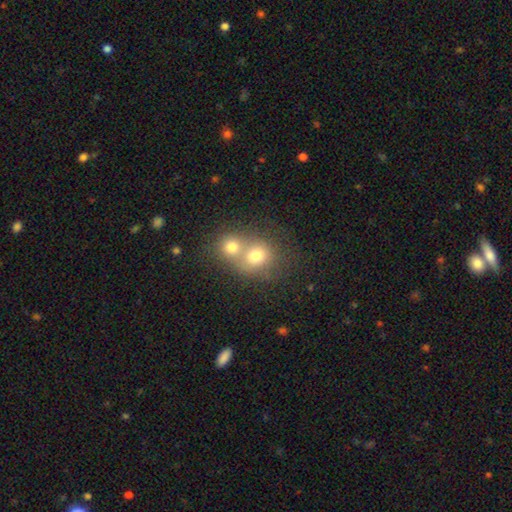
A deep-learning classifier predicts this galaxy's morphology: Smooth or featured? Predicted: smooth (p=0.72). How rounded? Predicted: round (p=0.76). Merging? Predicted: merger (p=0.62).